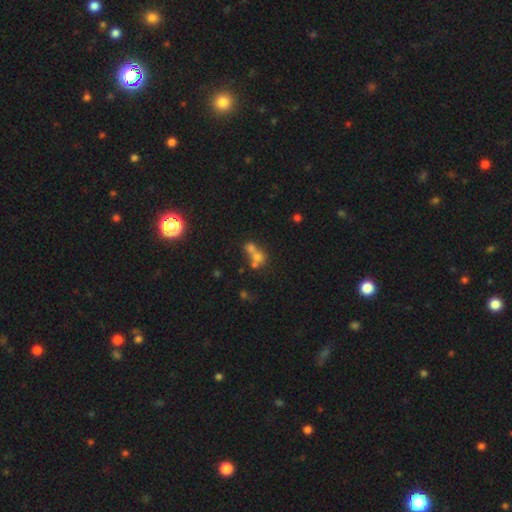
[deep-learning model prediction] smooth 59%, featured or disk 22%, star or artifact 19%. Down the decision tree: how rounded — round (66%); merging — merger (61%).